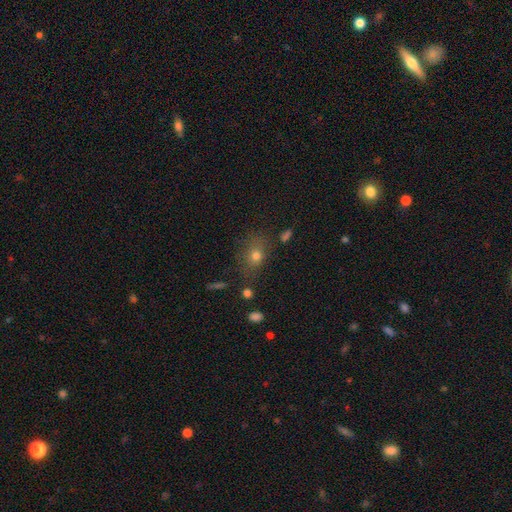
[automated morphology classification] Q: Smooth or featured?
A: smooth (70%); runner-up: star or artifact (16%)
Q: How rounded?
A: in between (59%); runner-up: round (39%)
Q: Merging?
A: none (72%); runner-up: minor disturbance (17%)